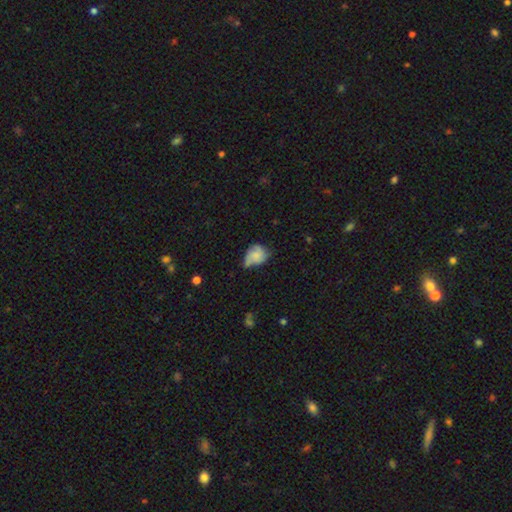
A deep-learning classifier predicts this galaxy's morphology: A smooth galaxy with no disk features (56%) that is round (52%). Merging: minor disturbance (41%).